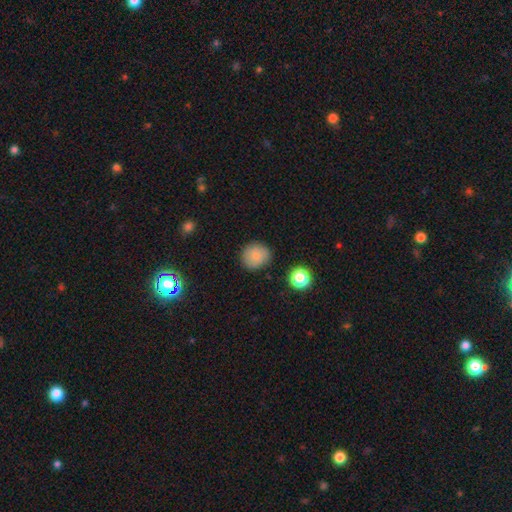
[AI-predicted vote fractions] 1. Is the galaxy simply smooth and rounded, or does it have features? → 82% smooth, 11% star or artifact, 7% featured or disk.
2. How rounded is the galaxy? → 87% round, 12% in between, 1% cigar-shaped.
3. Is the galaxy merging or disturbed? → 84% none, 11% minor disturbance, 3% major disturbance, 2% merger.